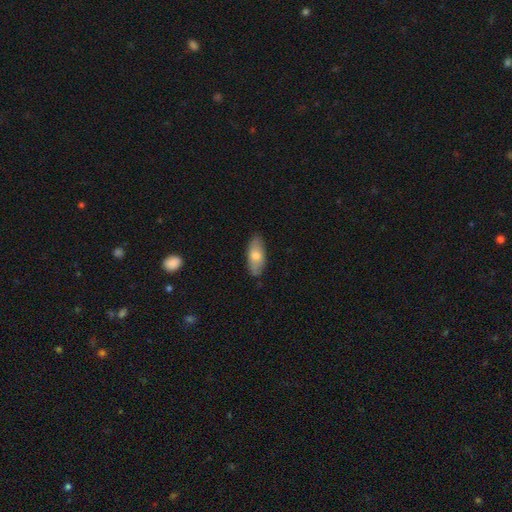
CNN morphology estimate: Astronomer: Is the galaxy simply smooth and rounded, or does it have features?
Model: smooth — 70%.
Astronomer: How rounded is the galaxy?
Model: in between — 83%.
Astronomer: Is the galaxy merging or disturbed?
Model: none — 83%.